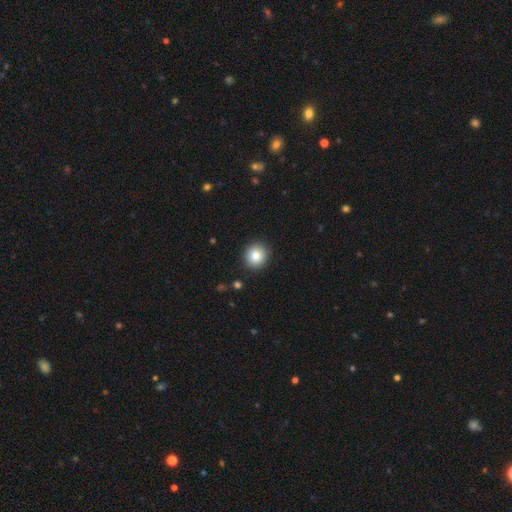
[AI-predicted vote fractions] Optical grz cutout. It shows a smooth galaxy with no disk features (83%) that is round (91%). Merging: none (91%).